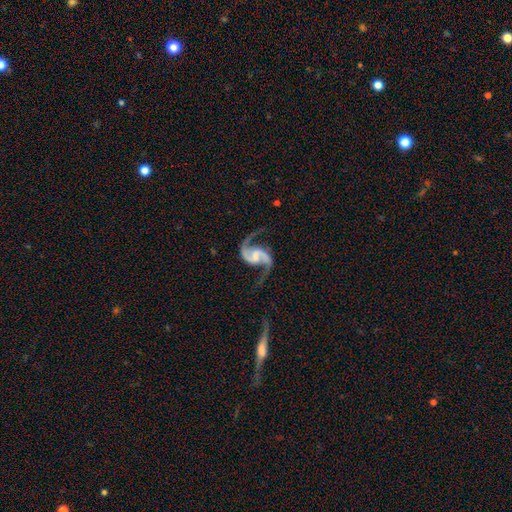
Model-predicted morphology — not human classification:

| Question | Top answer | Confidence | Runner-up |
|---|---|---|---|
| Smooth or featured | featured or disk | 93% | star or artifact (4%) |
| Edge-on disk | no | 98% | yes (2%) |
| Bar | weak | 46% | no (29%) |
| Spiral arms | yes | 98% | no (2%) |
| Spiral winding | loose | 57% | medium (37%) |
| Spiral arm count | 2 | 95% | 1 (1%) |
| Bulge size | none | 49% | small (26%) |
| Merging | none | 73% | minor disturbance (14%) |